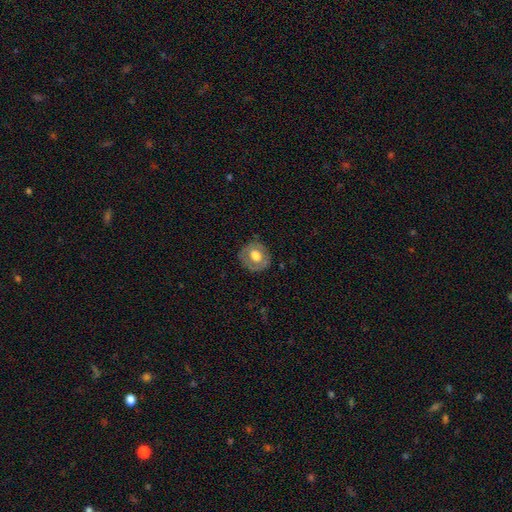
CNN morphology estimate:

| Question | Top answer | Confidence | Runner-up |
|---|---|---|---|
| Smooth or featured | smooth | 53% | featured or disk (40%) |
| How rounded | round | 80% | in between (19%) |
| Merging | none | 79% | minor disturbance (15%) |